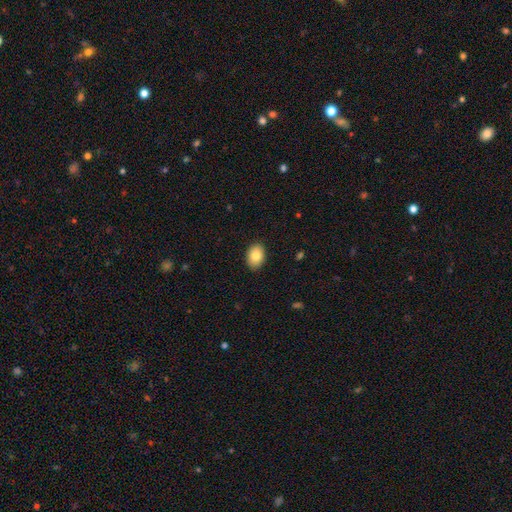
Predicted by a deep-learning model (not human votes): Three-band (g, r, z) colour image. It shows a smooth galaxy with no disk features (82%) that is in between round and cigar-shaped (80%). Merging: none (89%).